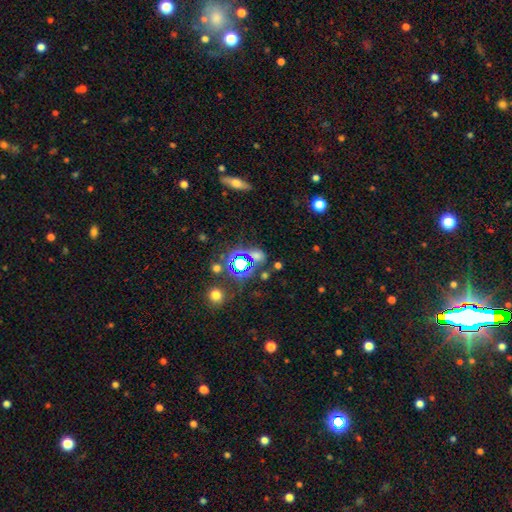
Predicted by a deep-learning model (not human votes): A star or artifact, not a galaxy (50%).

Vote fractions:
- Smooth or featured? star or artifact: 50% / smooth: 40% / featured or disk: 9%